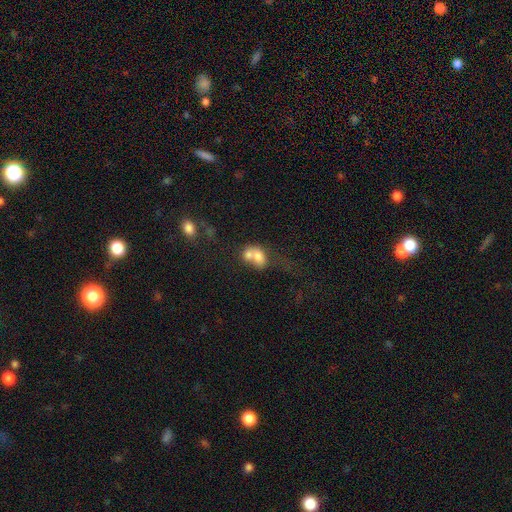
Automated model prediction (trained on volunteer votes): Morphology: type=smooth (66%); roundness=in between (59%); merging=merger (68%).